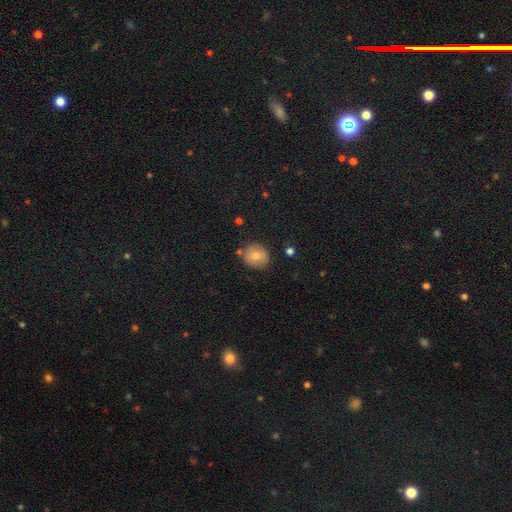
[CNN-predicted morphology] The model was most divided on "smooth or featured": smooth: 75%, featured or disk: 16%, star or artifact: 9%. More confident: how rounded — round (83%); merging — none (80%).